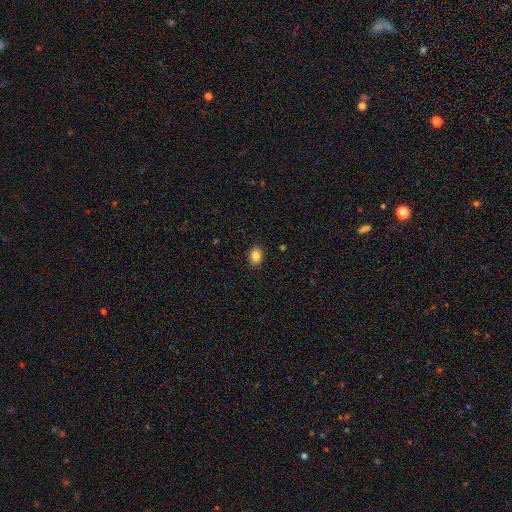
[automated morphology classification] A smooth galaxy with no disk features (85%) that is in between round and cigar-shaped (74%). Merging: none (88%).